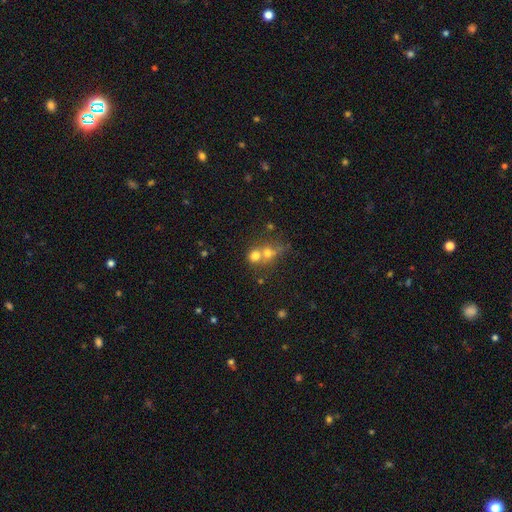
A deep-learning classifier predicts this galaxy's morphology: Overall: smooth (66%). How rounded: round (76%). Merging: merger (56%; none 34%).